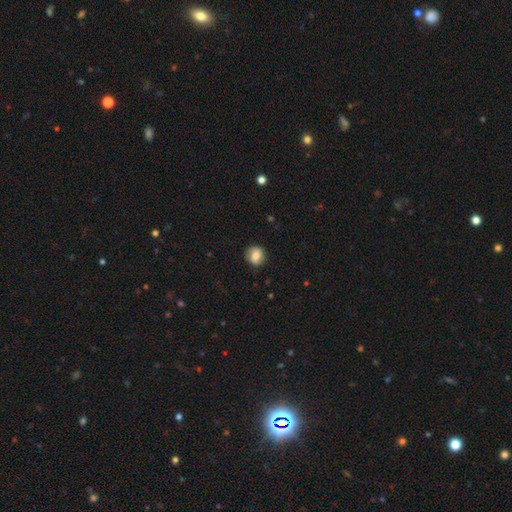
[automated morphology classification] smooth-or-featured: smooth: 72% | featured or disk: 20% | star or artifact: 8%
  how-rounded: round: 81% | in between: 18% | cigar-shaped: 1%
  merging: none: 82% | minor disturbance: 14% | major disturbance: 3% | merger: 1%